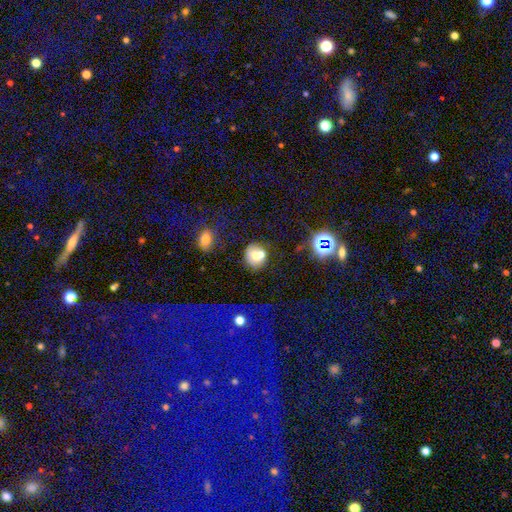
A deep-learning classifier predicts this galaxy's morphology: smooth 65%, featured or disk 21%, star or artifact 15%. Down the decision tree: how rounded — round (80%); merging — none (51%).